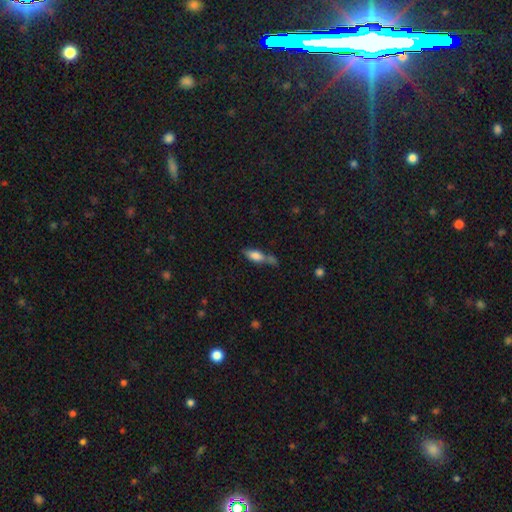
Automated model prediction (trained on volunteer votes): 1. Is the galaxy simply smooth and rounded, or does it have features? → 71% smooth, 21% featured or disk, 8% star or artifact.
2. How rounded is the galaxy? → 64% in between, 32% cigar-shaped, 3% round.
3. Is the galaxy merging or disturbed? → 40% none, 31% merger, 20% minor disturbance, 9% major disturbance.